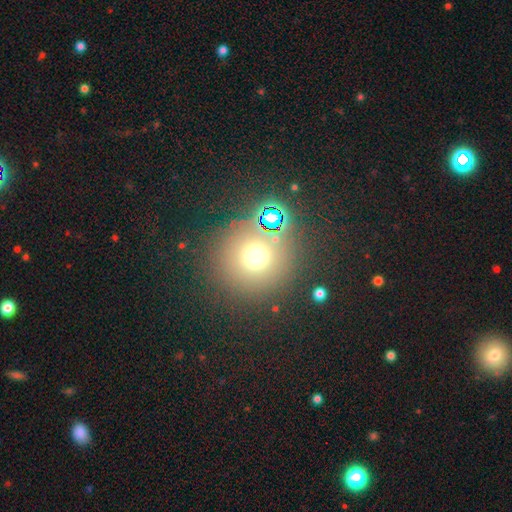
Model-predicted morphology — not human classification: type=smooth (65%); roundness=round (94%); merging=none (79%).